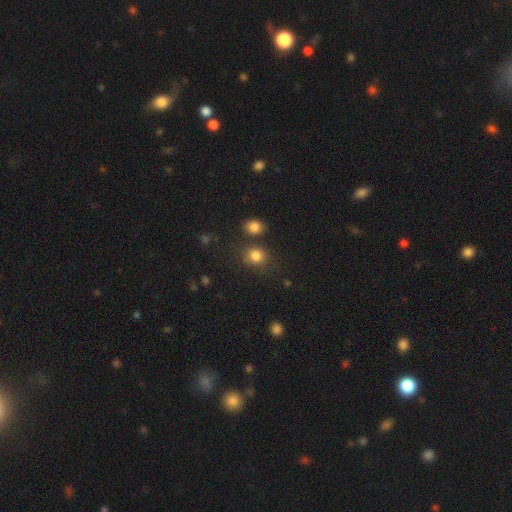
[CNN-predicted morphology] type=smooth (82%); roundness=round (73%); merging=none (71%).